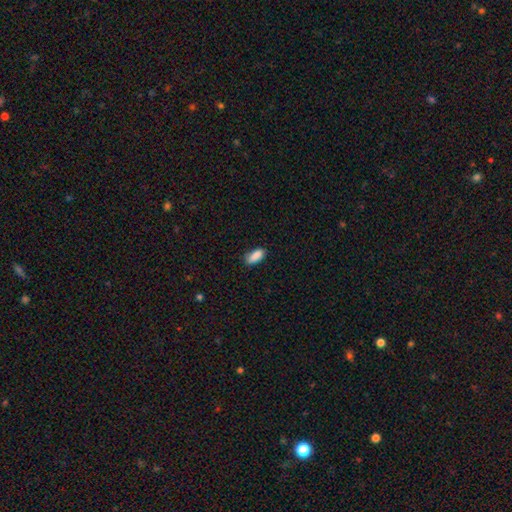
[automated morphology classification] Smooth or featured? Predicted: smooth (p=0.88). How rounded? Predicted: in between (p=0.85). Merging? Predicted: none (p=0.75).